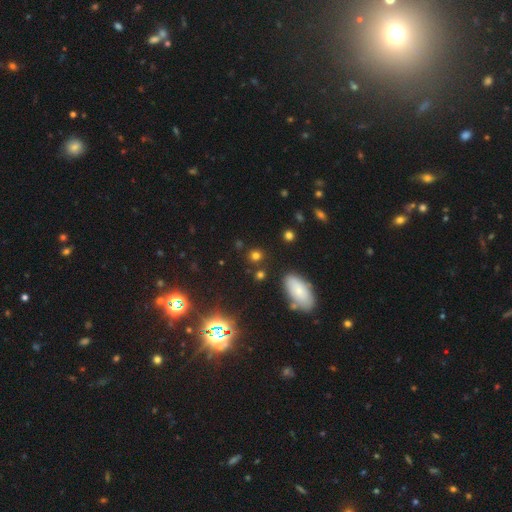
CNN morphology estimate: This appears to be a smooth galaxy with no disk features (68%) that is round (81%). Merging: none (82%).